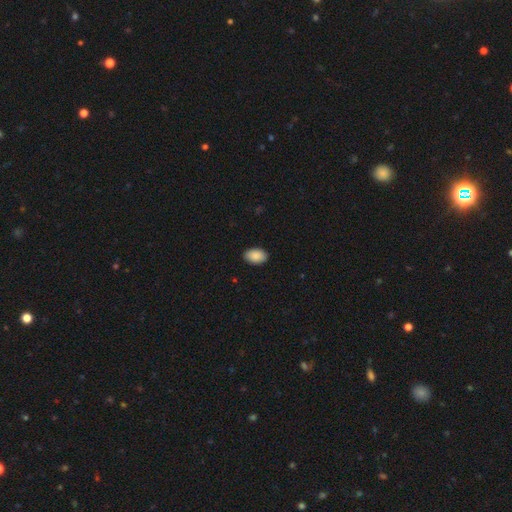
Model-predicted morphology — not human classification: Overall: smooth (90%). How rounded: in between (92%). Merging: none (89%).